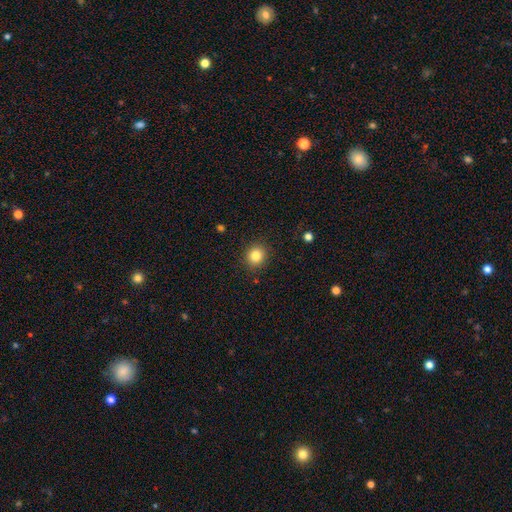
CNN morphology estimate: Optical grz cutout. It shows a smooth galaxy with no disk features (83%) that is round (87%). Merging: none (90%).